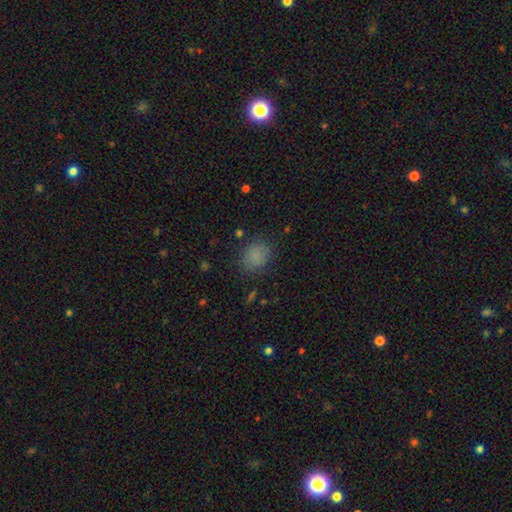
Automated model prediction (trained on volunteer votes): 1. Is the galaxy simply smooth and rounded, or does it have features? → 82% smooth, 12% star or artifact, 5% featured or disk.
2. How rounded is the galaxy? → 67% round, 32% in between, 1% cigar-shaped.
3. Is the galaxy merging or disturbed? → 81% none, 13% minor disturbance, 4% major disturbance, 1% merger.